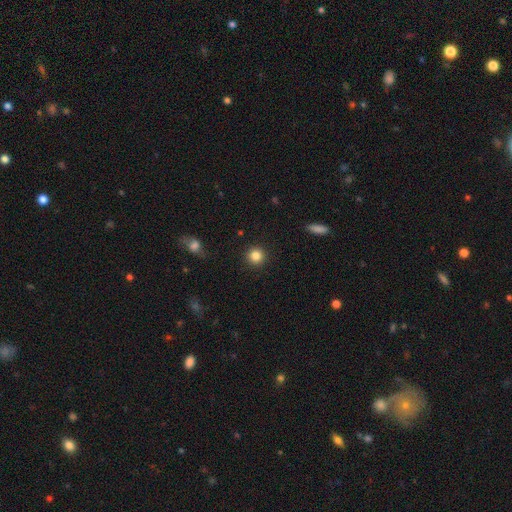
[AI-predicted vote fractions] Morphology: type=smooth (85%); roundness=round (94%); merging=none (92%).